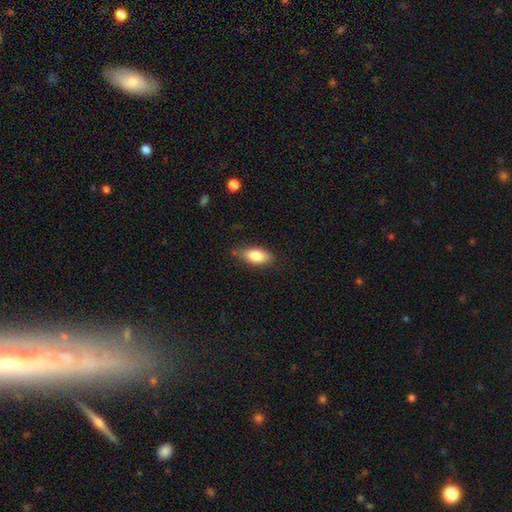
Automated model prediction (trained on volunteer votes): A smooth galaxy with no disk features (82%) that is in between round and cigar-shaped (89%). Merging: none (78%).